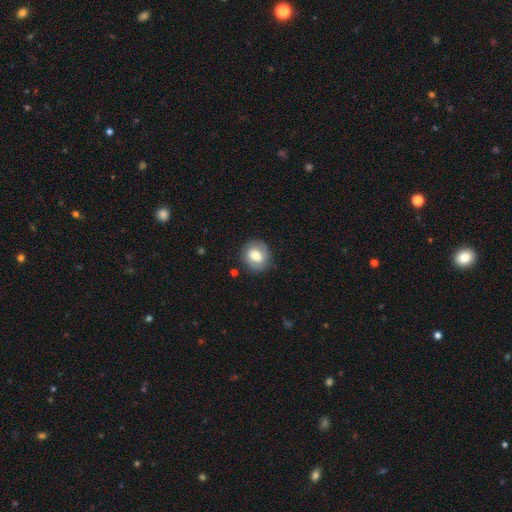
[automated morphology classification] Smooth or featured: smooth — 61% (featured or disk — 31%)
How rounded: round — 73% (in between — 26%)
Merging: none — 82% (minor disturbance — 13%)